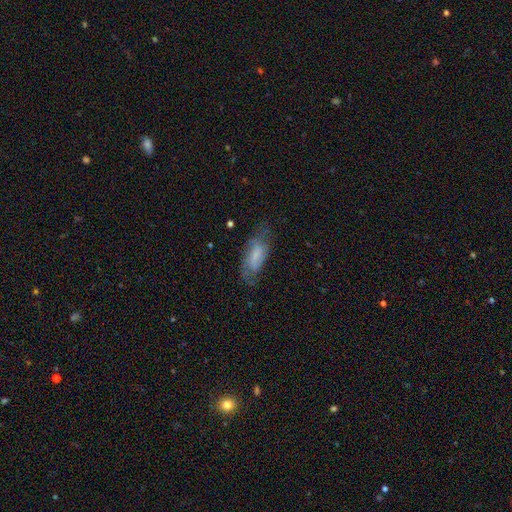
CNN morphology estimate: smooth-or-featured: featured or disk: 48% | smooth: 44% | star or artifact: 8%
  merging: none: 62% | minor disturbance: 25% | major disturbance: 11% | merger: 2%